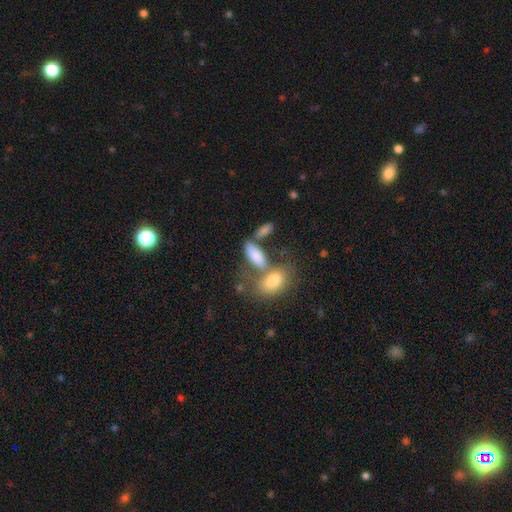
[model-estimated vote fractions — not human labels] A smooth galaxy with no disk features (80%) that is in between round and cigar-shaped (81%). Merging: merger (41%).